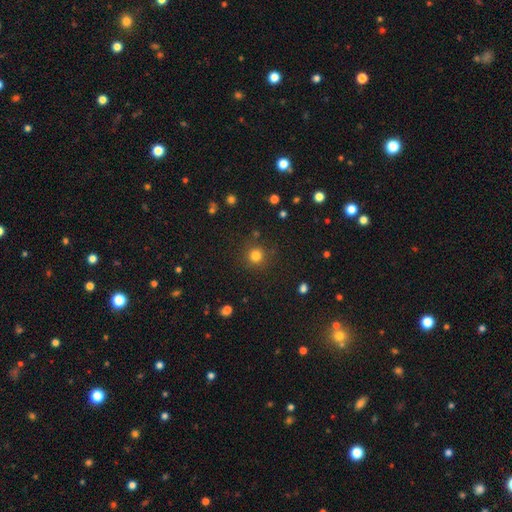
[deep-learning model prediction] Smooth or featured? Predicted: smooth (p=0.80). How rounded? Predicted: round (p=0.94). Merging? Predicted: none (p=0.87).